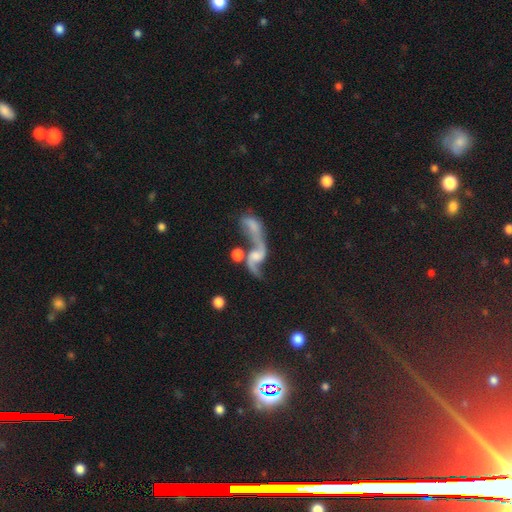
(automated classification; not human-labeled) Smooth or featured: featured or disk — 80% (smooth — 12%)
Edge-on disk: no — 94% (yes — 6%)
Bar: no — 54% (weak — 35%)
Spiral arms: yes — 91% (no — 9%)
Spiral winding: loose — 87% (medium — 10%)
Spiral arm count: 2 — 89% (1 — 6%)
Bulge size: small — 32% (none — 29%)
Merging: merger — 48% (none — 28%)